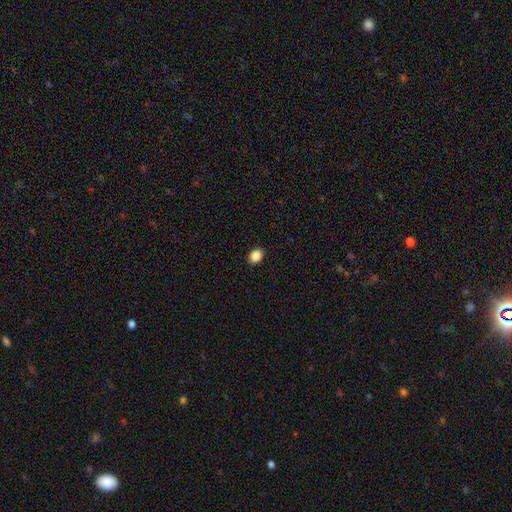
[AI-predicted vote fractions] smooth-or-featured: smooth: 88% | star or artifact: 9% | featured or disk: 3%
  how-rounded: in between: 62% | round: 37% | cigar-shaped: 1%
  merging: none: 90% | minor disturbance: 7% | major disturbance: 2% | merger: 1%